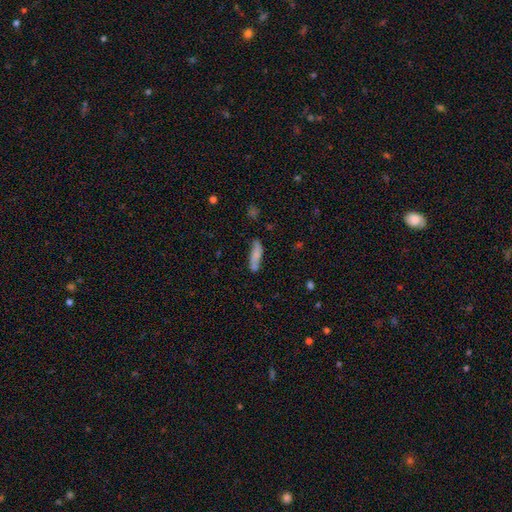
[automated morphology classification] Smooth or featured: smooth — 72% (featured or disk — 20%)
How rounded: cigar-shaped — 62% (in between — 36%)
Merging: none — 63% (minor disturbance — 21%)